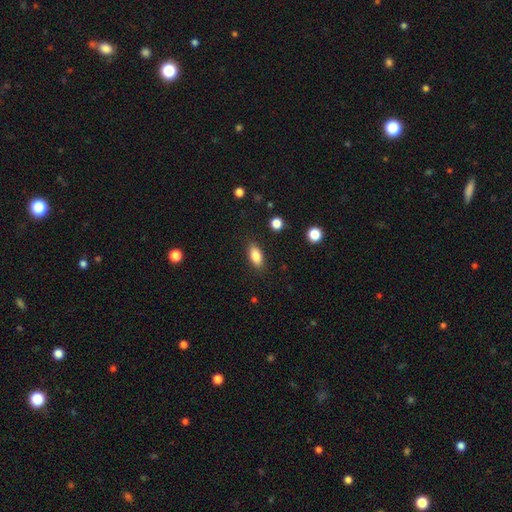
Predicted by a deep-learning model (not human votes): A smooth galaxy with no disk features (83%) that is in between round and cigar-shaped (85%).

Vote fractions:
- Smooth or featured? smooth: 83% / featured or disk: 9% / star or artifact: 8%
- How rounded? in between: 85% / cigar-shaped: 10% / round: 4%
- Merging? none: 86% / minor disturbance: 10% / major disturbance: 3% / merger: 1%